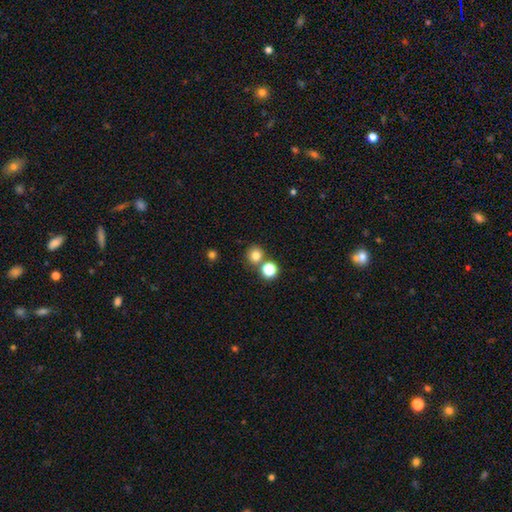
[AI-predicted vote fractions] smooth_or_featured: smooth (p=0.79) [alt: star or artifact p=0.15]
how_rounded: round (p=0.89) [alt: in between p=0.10]
merging: none (p=0.72) [alt: merger p=0.18]